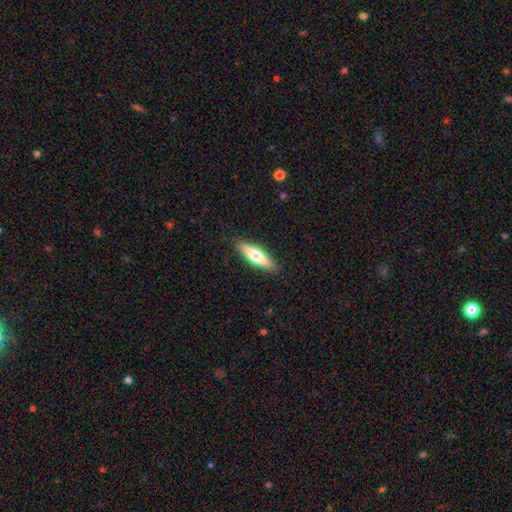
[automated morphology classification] Overall: smooth (57%; featured or disk 37%). How rounded: cigar-shaped (62%; in between 36%). Merging: none (88%).